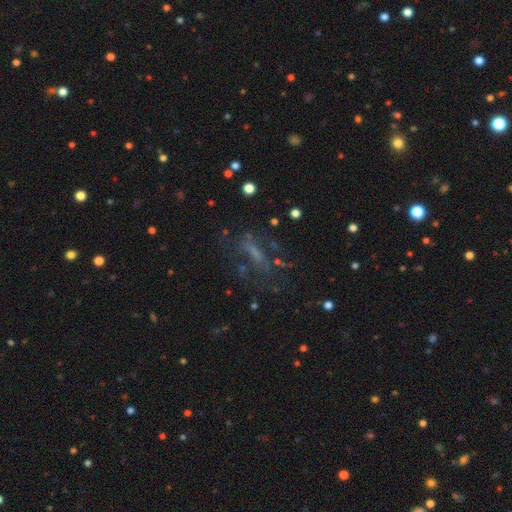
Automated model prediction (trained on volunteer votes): Smooth or featured? featured or disk (42%)
Merging? none (55%)